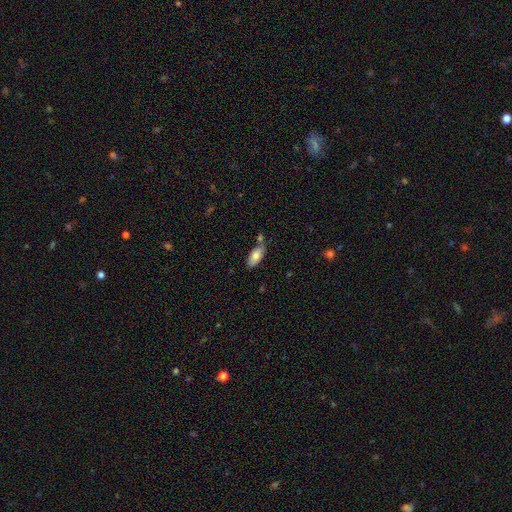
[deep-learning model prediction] Q: Smooth or featured?
A: smooth (79%); runner-up: featured or disk (14%)
Q: How rounded?
A: in between (87%); runner-up: cigar-shaped (11%)
Q: Merging?
A: none (65%); runner-up: minor disturbance (17%)